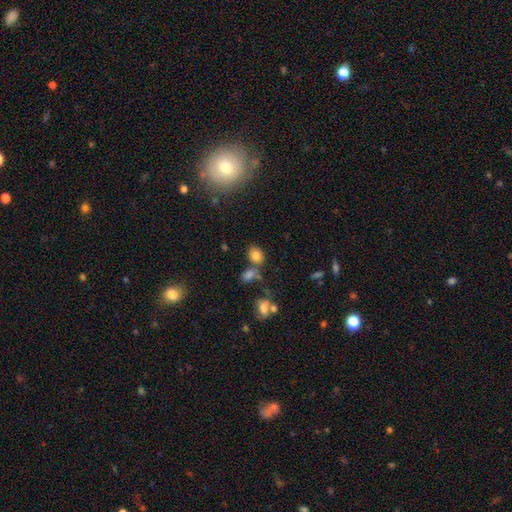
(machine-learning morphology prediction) Smooth or featured? smooth (80%)
How rounded? in between (66%)
Merging? none (61%)